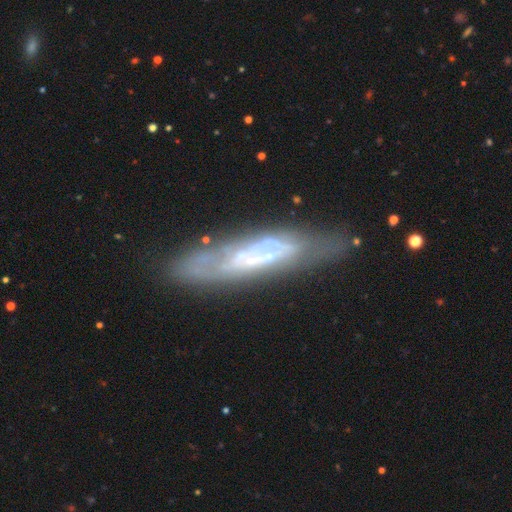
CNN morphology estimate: Smooth or featured: featured or disk — 70% (smooth — 21%)
Edge-on disk: no — 53% (yes — 47%)
Merging: none — 69% (minor disturbance — 19%)